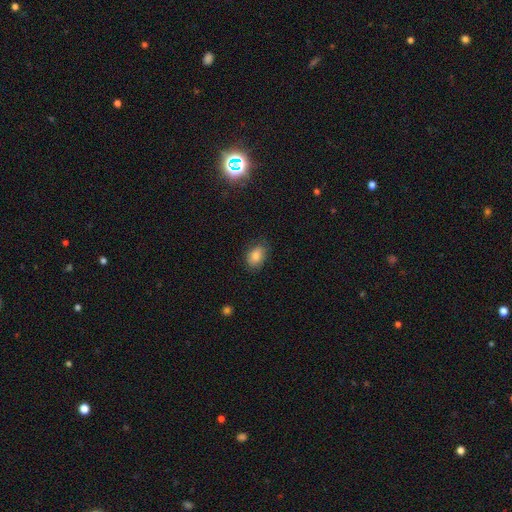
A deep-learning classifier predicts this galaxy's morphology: Overall: smooth (83%). How rounded: in between (81%). Merging: none (76%).